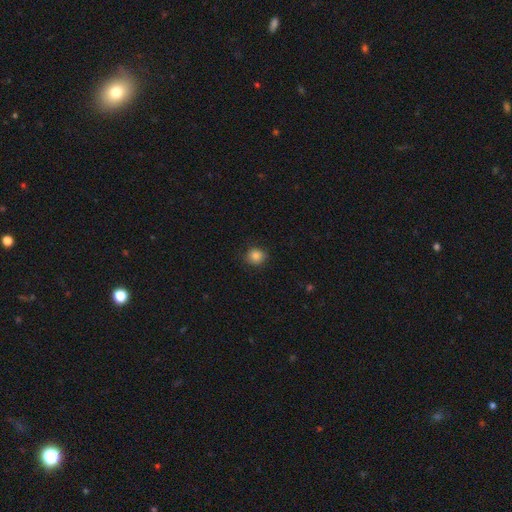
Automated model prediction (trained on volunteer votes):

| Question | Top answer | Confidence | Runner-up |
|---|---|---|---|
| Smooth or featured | smooth | 85% | star or artifact (11%) |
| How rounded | round | 86% | in between (13%) |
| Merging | none | 85% | minor disturbance (11%) |